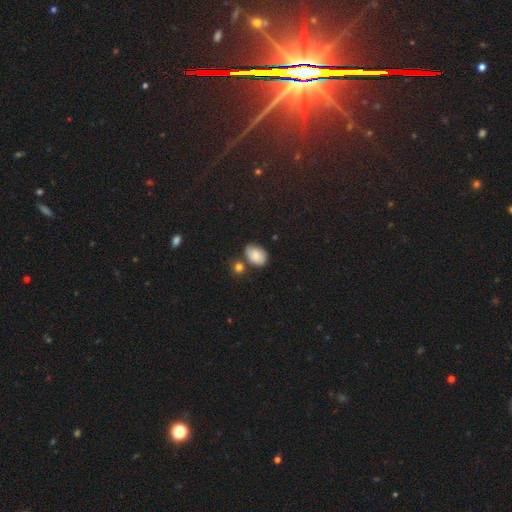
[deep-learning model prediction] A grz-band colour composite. It shows a smooth galaxy with no disk features (79%) that is in between round and cigar-shaped (82%). Merging: none (59%).